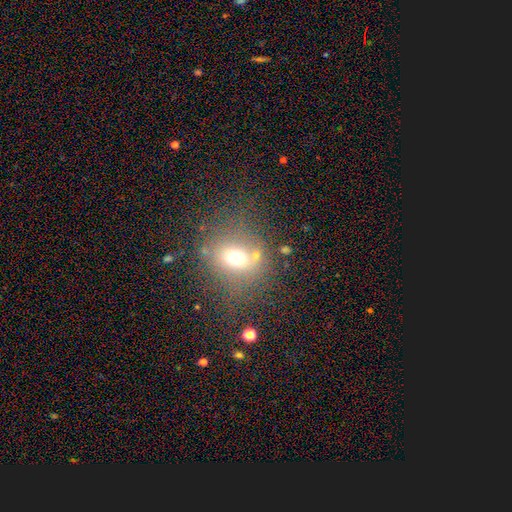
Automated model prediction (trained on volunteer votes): smooth_or_featured: smooth (p=0.62) [alt: star or artifact p=0.21]
how_rounded: round (p=0.65) [alt: in between p=0.34]
merging: none (p=0.61) [alt: minor disturbance p=0.16]